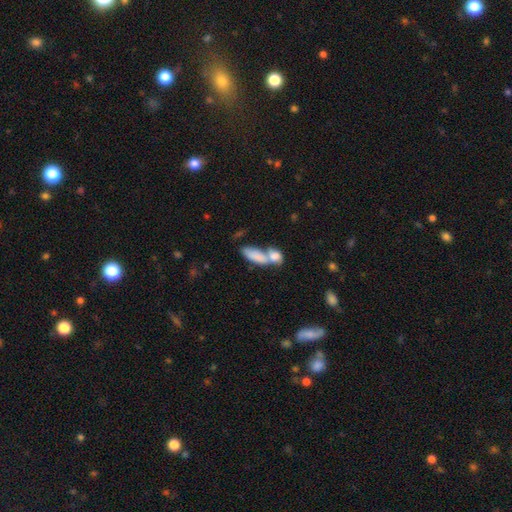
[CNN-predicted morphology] Smooth or featured? Predicted: smooth (p=0.81). How rounded? Predicted: in between (p=0.74). Merging? Predicted: merger (p=0.61).